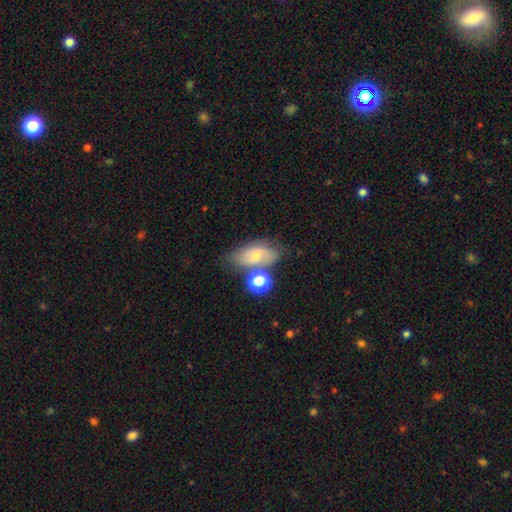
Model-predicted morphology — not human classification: Smooth or featured: smooth — 53% (featured or disk — 36%)
How rounded: in between — 81% (round — 13%)
Merging: none — 53% (minor disturbance — 22%)